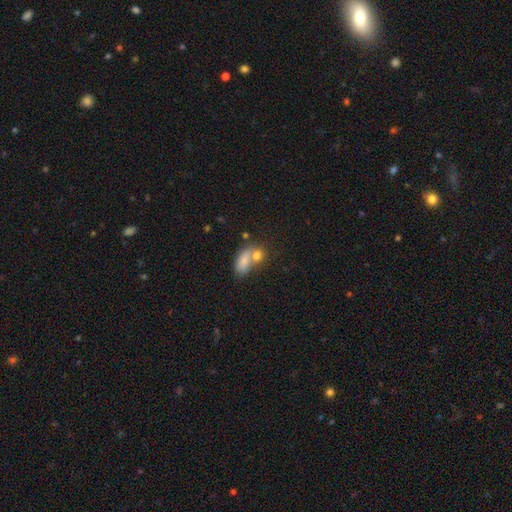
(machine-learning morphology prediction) Overall: smooth (73%). How rounded: in between (70%). Merging: merger (45%; none 37%).